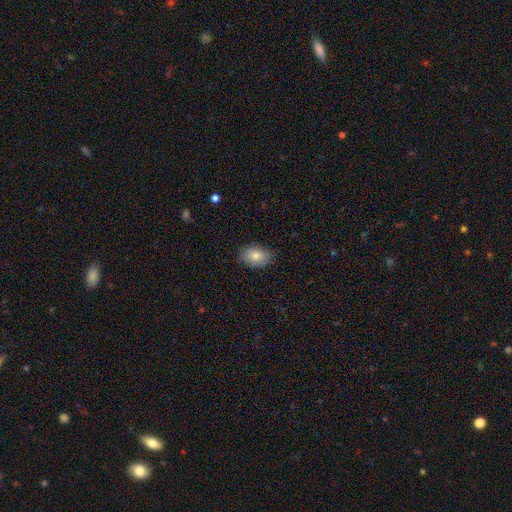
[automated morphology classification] Smooth or featured? Predicted: smooth (p=0.79). How rounded? Predicted: in between (p=0.85). Merging? Predicted: none (p=0.83).